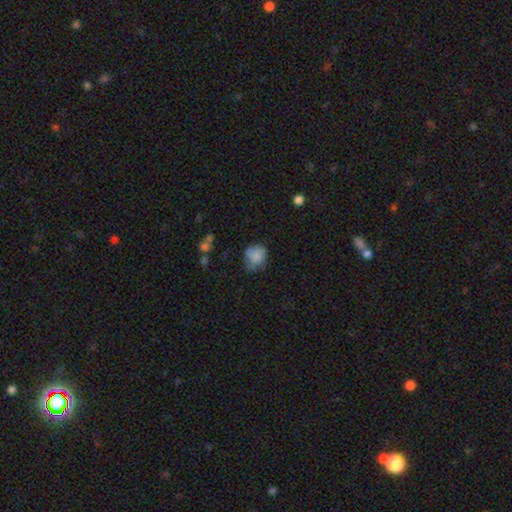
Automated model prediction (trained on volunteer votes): Overall: smooth (77%). How rounded: round (71%). Merging: none (56%; minor disturbance 30%).